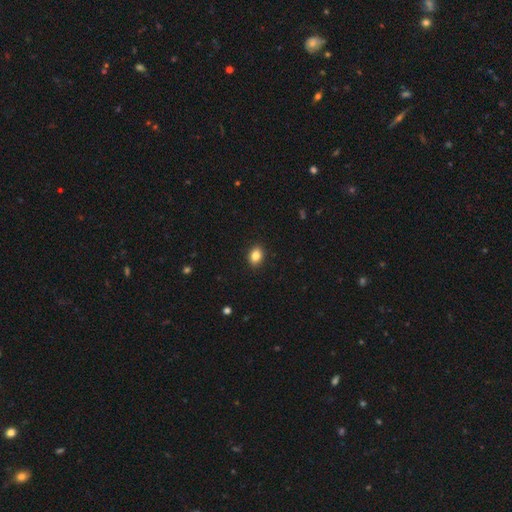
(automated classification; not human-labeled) smooth_or_featured: smooth (p=0.84) [alt: star or artifact p=0.09]
how_rounded: in between (p=0.66) [alt: round p=0.33]
merging: none (p=0.90) [alt: minor disturbance p=0.07]